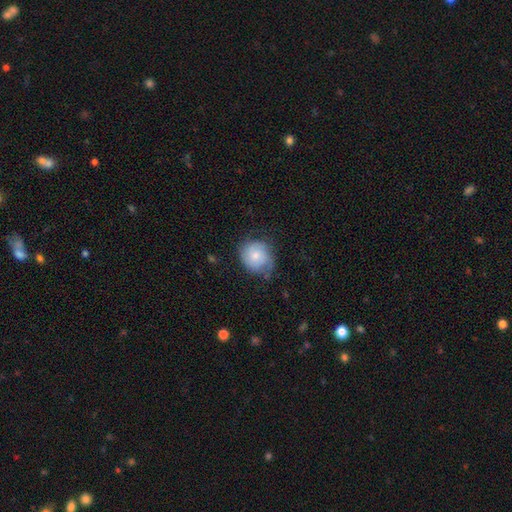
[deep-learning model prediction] Morphology: type=smooth (60%); roundness=round (78%); merging=none (53%).